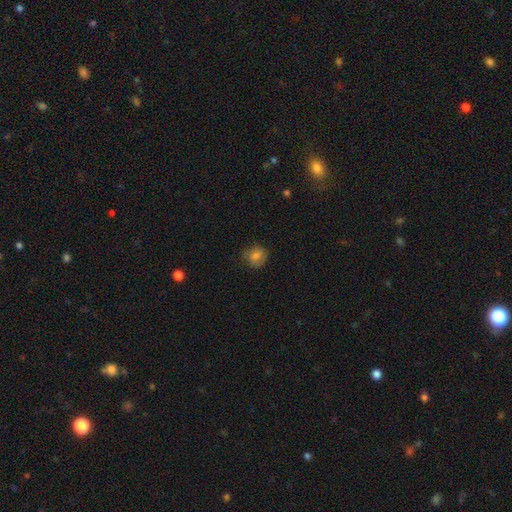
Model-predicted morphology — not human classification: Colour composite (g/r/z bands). It shows a smooth galaxy with no disk features (78%) that is round (78%). Merging: none (71%).